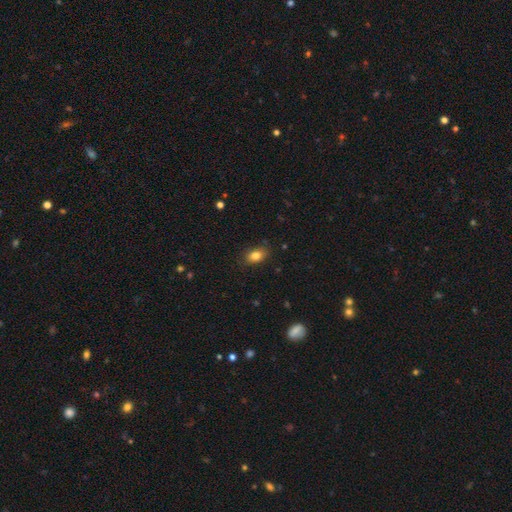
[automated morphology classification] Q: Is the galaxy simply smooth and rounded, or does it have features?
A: smooth — 83%.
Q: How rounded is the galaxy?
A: in between — 80%.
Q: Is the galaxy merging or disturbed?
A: none — 83%.